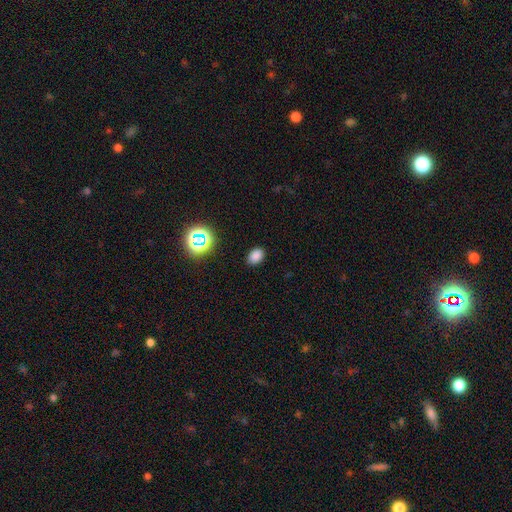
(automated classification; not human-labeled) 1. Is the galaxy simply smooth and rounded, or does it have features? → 80% smooth, 15% star or artifact, 4% featured or disk.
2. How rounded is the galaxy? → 80% in between, 19% round, 1% cigar-shaped.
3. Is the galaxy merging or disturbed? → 87% none, 9% minor disturbance, 3% major disturbance, 1% merger.